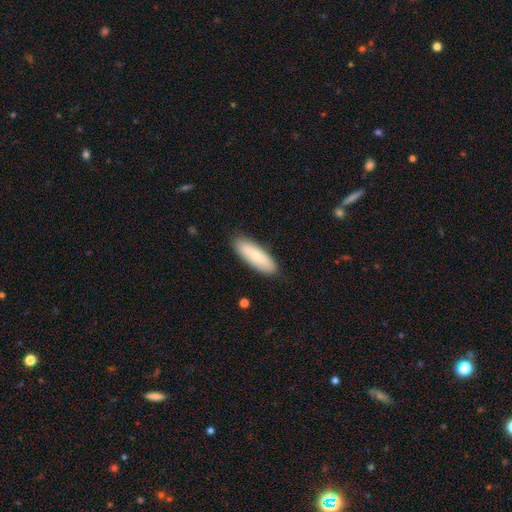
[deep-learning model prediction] A smooth galaxy with no disk features (71%) that is in between round and cigar-shaped (58%). Merging: none (86%).